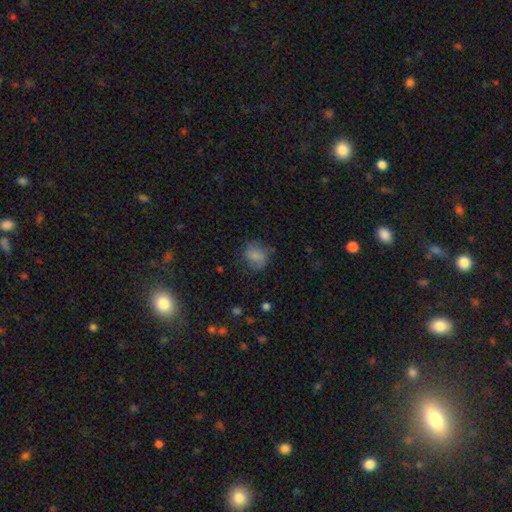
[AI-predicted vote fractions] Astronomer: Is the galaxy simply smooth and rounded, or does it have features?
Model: smooth — 66%.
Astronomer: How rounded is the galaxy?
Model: round — 63%.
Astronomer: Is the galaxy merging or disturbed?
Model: none — 65%.